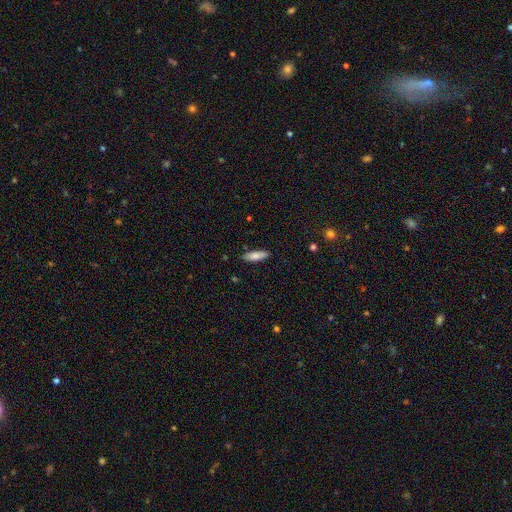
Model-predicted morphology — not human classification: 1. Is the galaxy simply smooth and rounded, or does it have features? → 79% smooth, 15% featured or disk, 6% star or artifact.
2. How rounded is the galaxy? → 50% in between, 49% cigar-shaped, 2% round.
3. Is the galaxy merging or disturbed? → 86% none, 11% minor disturbance, 2% major disturbance, 1% merger.